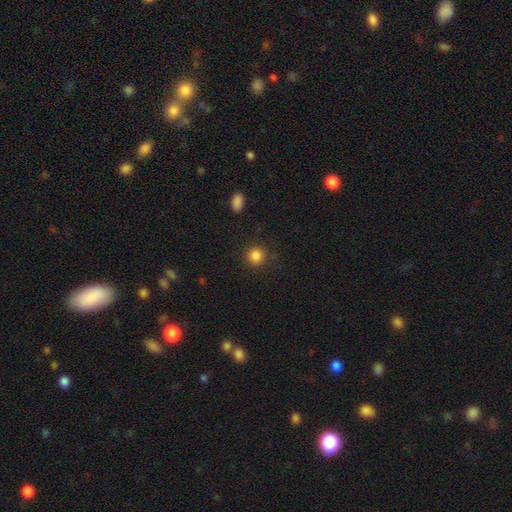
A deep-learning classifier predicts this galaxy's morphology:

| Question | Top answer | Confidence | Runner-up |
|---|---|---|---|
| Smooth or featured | smooth | 86% | star or artifact (11%) |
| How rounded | round | 91% | in between (8%) |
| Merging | none | 87% | minor disturbance (8%) |